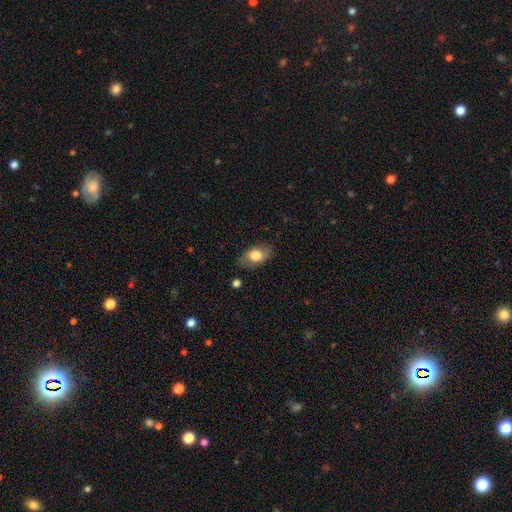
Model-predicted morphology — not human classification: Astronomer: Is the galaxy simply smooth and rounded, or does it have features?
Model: smooth — 70%.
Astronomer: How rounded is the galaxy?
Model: in between — 88%.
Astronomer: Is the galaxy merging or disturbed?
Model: none — 78%.